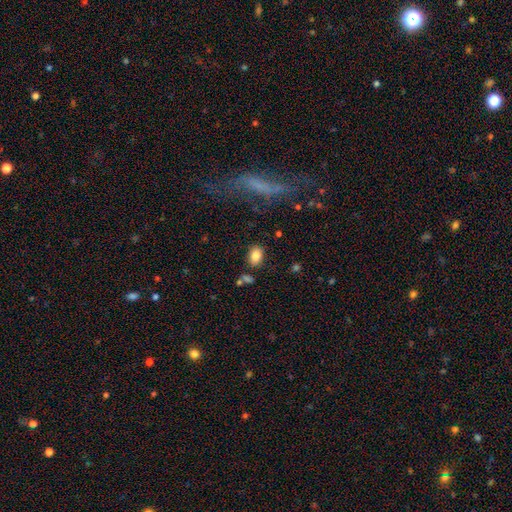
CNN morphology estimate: smooth_or_featured: smooth (p=0.84) [alt: star or artifact p=0.09]
how_rounded: in between (p=0.81) [alt: round p=0.17]
merging: none (p=0.81) [alt: minor disturbance p=0.11]